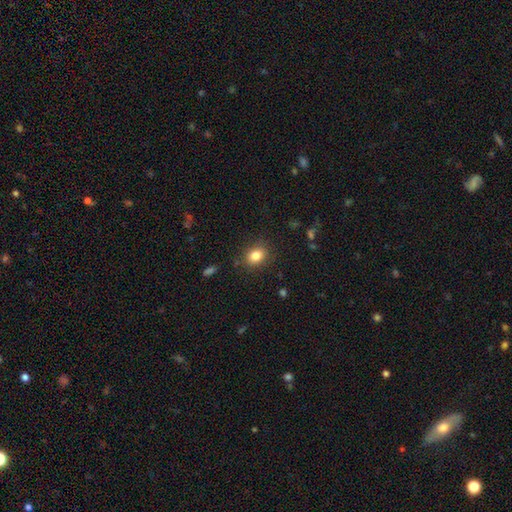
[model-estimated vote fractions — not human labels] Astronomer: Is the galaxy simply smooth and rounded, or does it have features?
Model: smooth — 83%.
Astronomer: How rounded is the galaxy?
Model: in between — 56% (runner-up: round, 43%).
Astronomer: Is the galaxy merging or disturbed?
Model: none — 85%.